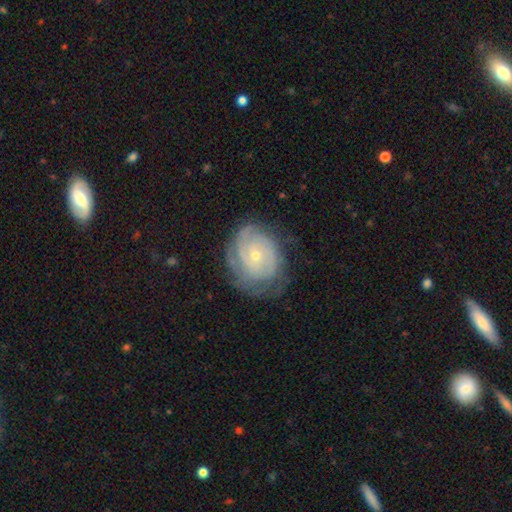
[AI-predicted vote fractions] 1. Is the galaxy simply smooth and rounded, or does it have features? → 78% featured or disk, 15% smooth, 6% star or artifact.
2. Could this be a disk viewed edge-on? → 97% no, 3% yes.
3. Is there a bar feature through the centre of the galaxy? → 80% no, 17% weak, 3% strong.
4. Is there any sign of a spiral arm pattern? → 91% yes, 9% no.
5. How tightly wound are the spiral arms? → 74% tight, 20% medium, 6% loose.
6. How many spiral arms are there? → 41% can't tell, 21% 2, 18% 3, 10% 4, 6% 1, 5% more than 4.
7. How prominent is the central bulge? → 70% small, 27% moderate, 1% large, 1% none, 1% dominant.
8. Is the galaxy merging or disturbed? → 68% none, 21% minor disturbance, 9% major disturbance, 1% merger.